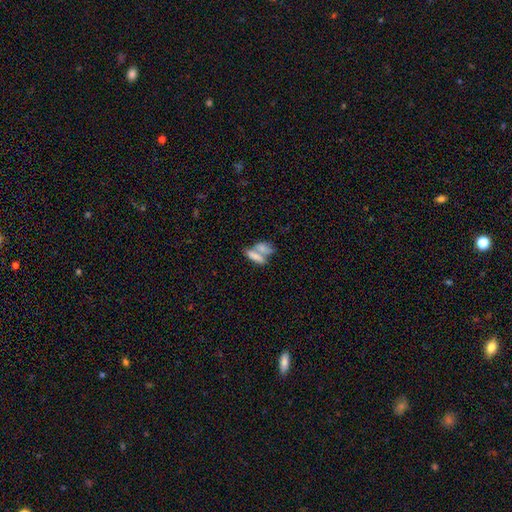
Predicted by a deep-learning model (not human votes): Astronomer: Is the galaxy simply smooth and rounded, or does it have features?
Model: smooth — 74%.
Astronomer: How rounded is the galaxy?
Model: in between — 65%.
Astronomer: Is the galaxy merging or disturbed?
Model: merger — 60%.